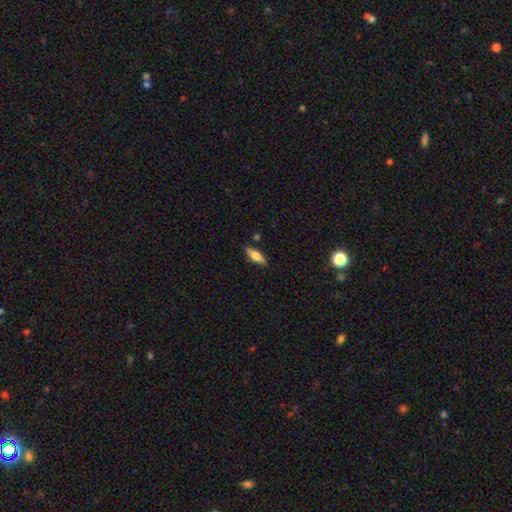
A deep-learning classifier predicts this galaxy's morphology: Smooth or featured? smooth (61%)
How rounded? in between (58%)
Merging? none (85%)